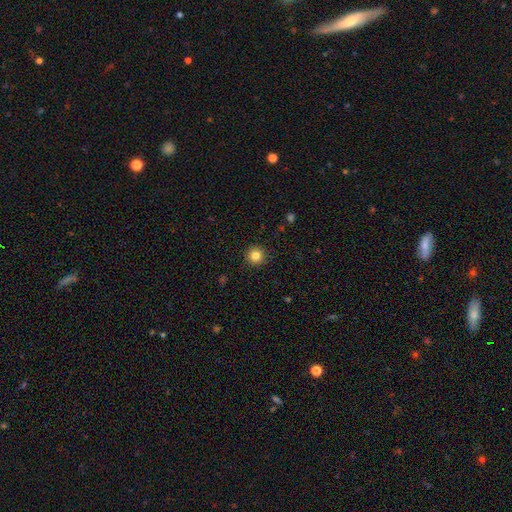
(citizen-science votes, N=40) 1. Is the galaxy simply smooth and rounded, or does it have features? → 78% smooth, 15% featured or disk, 8% star or artifact.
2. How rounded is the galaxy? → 100% round, 0% in between, 0% cigar-shaped.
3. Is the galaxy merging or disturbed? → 97% none, 3% minor disturbance, 0% major disturbance, 0% merger.